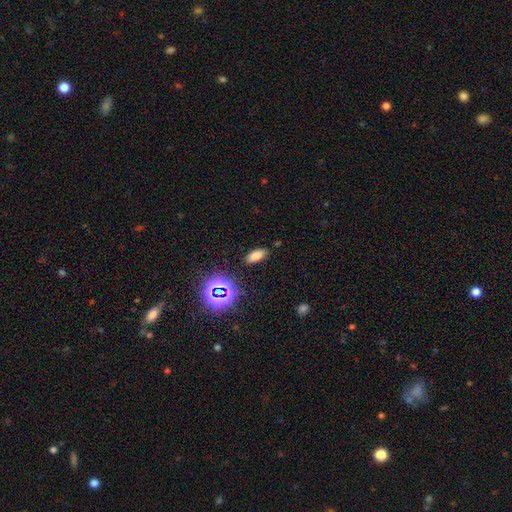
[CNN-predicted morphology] Q: Smooth or featured?
A: smooth (73%); runner-up: star or artifact (19%)
Q: How rounded?
A: in between (83%); runner-up: cigar-shaped (12%)
Q: Merging?
A: none (85%); runner-up: minor disturbance (10%)